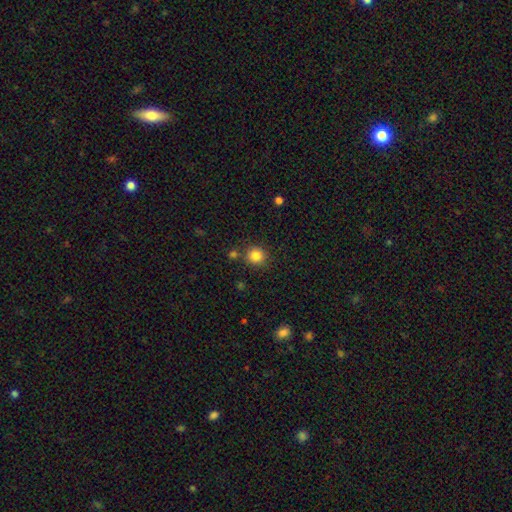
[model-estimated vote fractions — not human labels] Smooth or featured?
  - smooth: 84% *
  - star or artifact: 11%
  - featured or disk: 5%
How rounded?
  - round: 89% *
  - in between: 10%
  - cigar-shaped: 1%
Merging?
  - none: 80% *
  - minor disturbance: 10%
  - merger: 7%
  - major disturbance: 3%